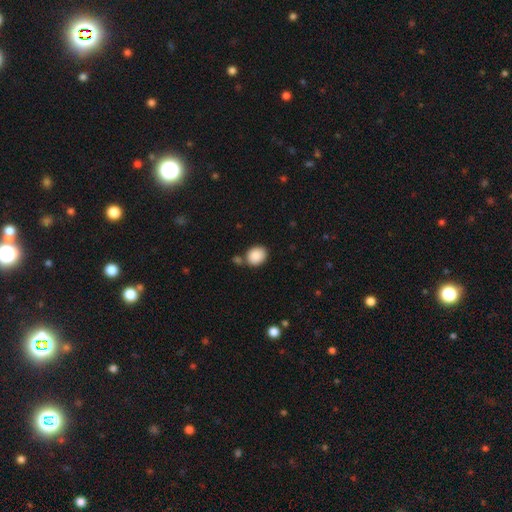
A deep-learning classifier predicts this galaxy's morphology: smooth 89%, star or artifact 8%, featured or disk 3%. Down the decision tree: how rounded — round (51%); merging — none (69%).